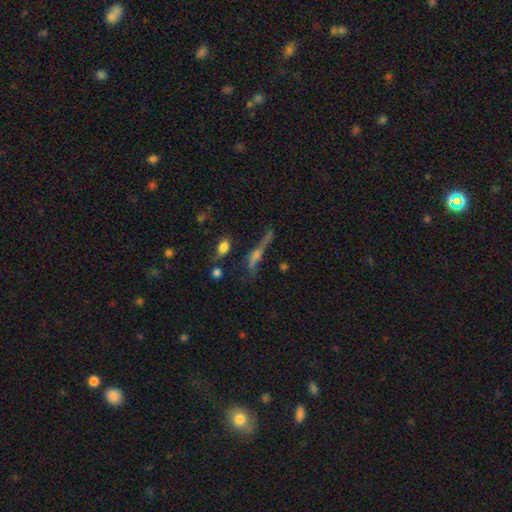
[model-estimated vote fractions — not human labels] This is possibly a featured or disk galaxy (52%). It is likely viewed edge-on (80%). Merging: possibly none (55%).